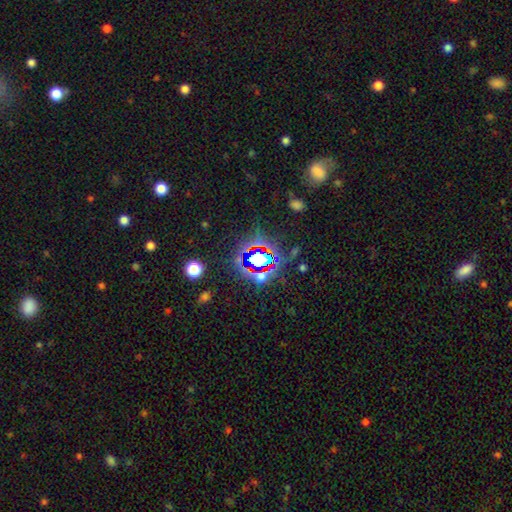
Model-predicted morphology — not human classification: This is likely a star or artifact rather than a galaxy (70%).